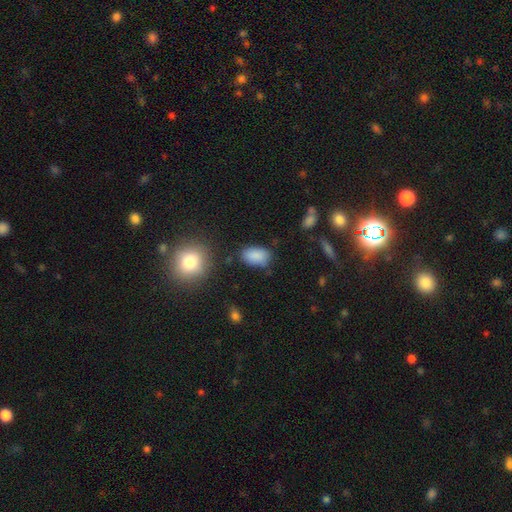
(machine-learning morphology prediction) Q: Smooth or featured?
A: smooth (87%); runner-up: star or artifact (9%)
Q: How rounded?
A: in between (91%); runner-up: round (7%)
Q: Merging?
A: none (75%); runner-up: minor disturbance (17%)